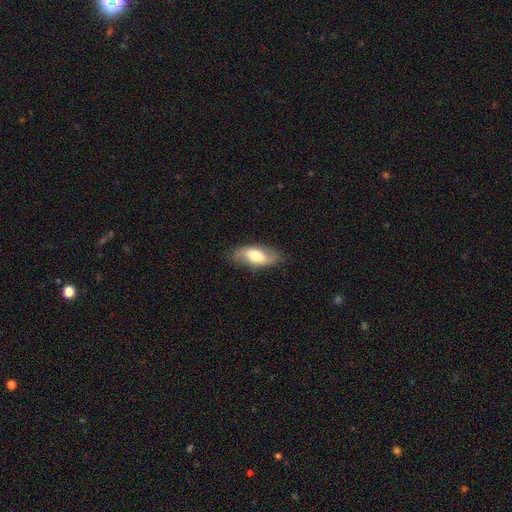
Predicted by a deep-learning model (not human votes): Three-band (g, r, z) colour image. It shows a smooth galaxy with no disk features (53%) that is in between round and cigar-shaped (83%). Merging: none (80%).